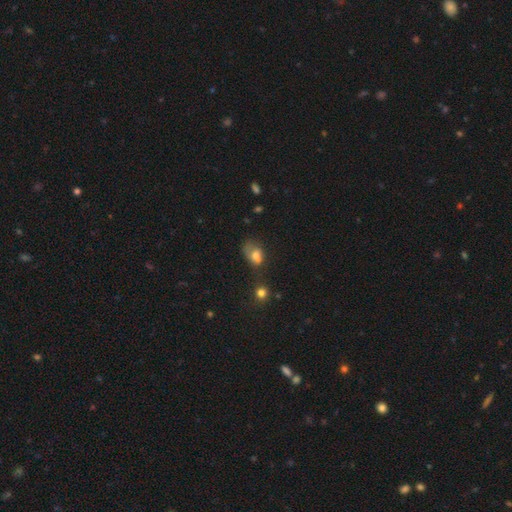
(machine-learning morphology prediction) A smooth galaxy with no disk features (70%) that is in between round and cigar-shaped (74%).

Vote fractions:
- Smooth or featured? smooth: 70% / featured or disk: 18% / star or artifact: 12%
- How rounded? in between: 74% / round: 24% / cigar-shaped: 2%
- Merging? minor disturbance: 30% / major disturbance: 29% / none: 28% / merger: 13%